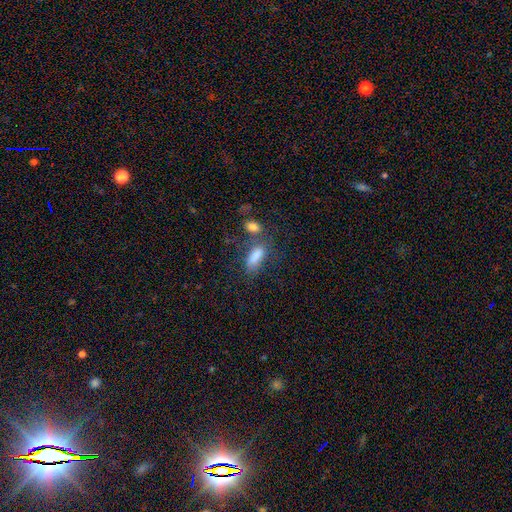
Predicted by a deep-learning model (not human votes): Smooth or featured? smooth (77%)
How rounded? in between (70%)
Merging? none (46%)